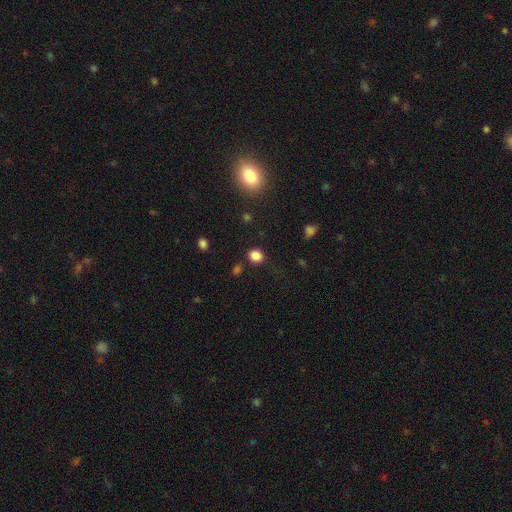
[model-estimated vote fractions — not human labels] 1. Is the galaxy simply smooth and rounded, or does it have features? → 84% smooth, 13% star or artifact, 4% featured or disk.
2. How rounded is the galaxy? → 66% round, 33% in between, 1% cigar-shaped.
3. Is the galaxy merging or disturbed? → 82% none, 11% minor disturbance, 4% major disturbance, 3% merger.